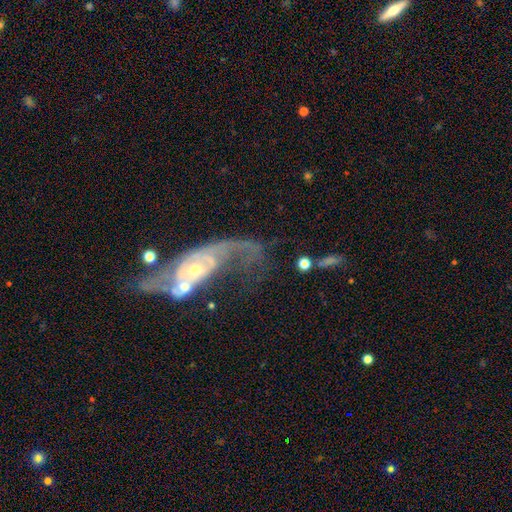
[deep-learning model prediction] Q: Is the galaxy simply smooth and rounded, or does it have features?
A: featured or disk — 80%.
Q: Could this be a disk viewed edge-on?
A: no — 92%.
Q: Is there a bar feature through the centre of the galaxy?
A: no — 61%.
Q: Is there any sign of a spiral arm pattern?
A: yes — 83%.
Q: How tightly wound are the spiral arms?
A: loose — 61%.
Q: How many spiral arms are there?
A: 2 — 67%.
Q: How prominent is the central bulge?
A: small — 56%.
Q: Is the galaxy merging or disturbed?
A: merger — 34%.